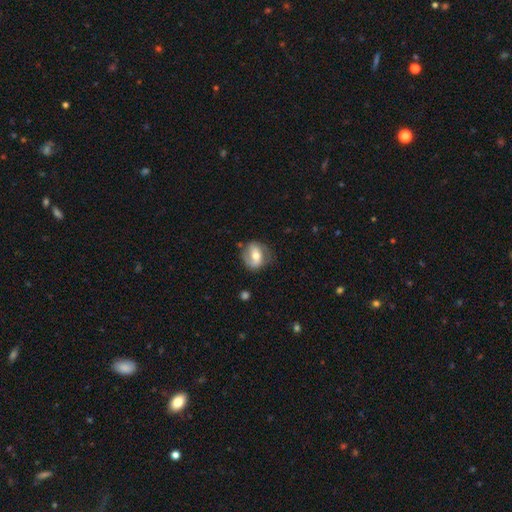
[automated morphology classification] featured or disk 53%, smooth 40%, star or artifact 7%. Down the decision tree: edge-on disk — no (95%); merging — none (63%).